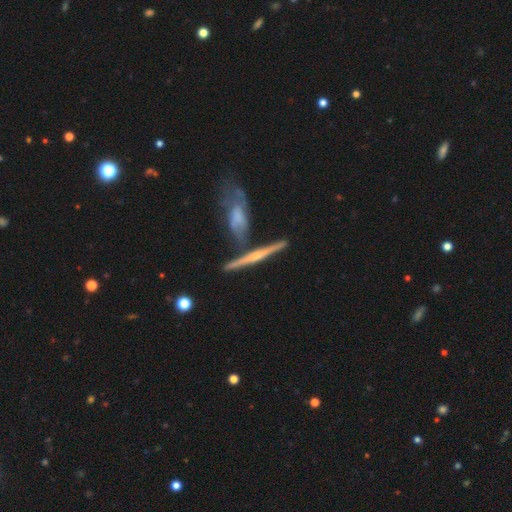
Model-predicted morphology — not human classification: smooth_or_featured: featured or disk (p=0.79) [alt: smooth p=0.15]
disk_edge_on: yes (p=0.96) [alt: no p=0.04]
edge_on_bulge: rounded (p=0.78) [alt: none p=0.14]
merging: none (p=0.70) [alt: merger p=0.17]